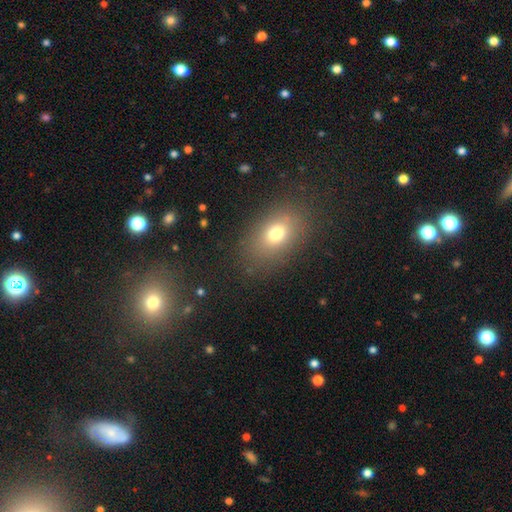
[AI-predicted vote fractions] This appears to be a smooth galaxy with no disk features (66%) that is in between round and cigar-shaped (71%). Merging: none (84%).